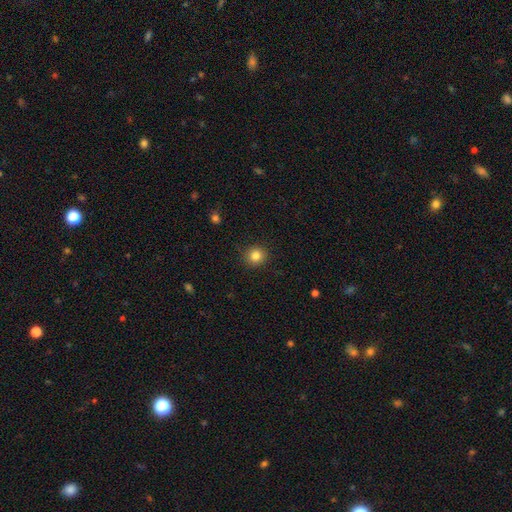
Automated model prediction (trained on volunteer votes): Smooth or featured? smooth (83%)
How rounded? round (92%)
Merging? none (91%)